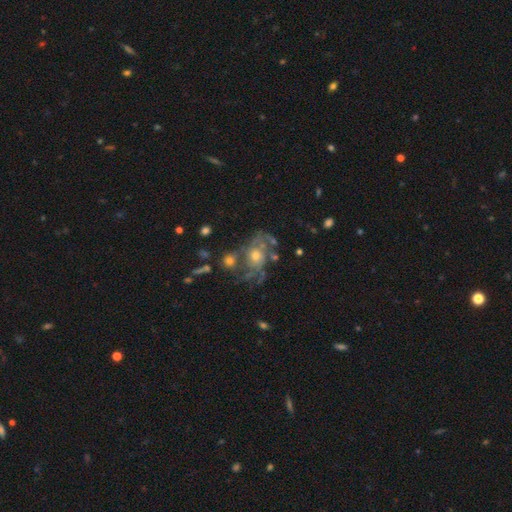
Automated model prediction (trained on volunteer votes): Smooth or featured? Predicted: featured or disk (p=0.79). Edge-on disk? Predicted: no (p=0.97). Bar? Predicted: no (p=0.80). Spiral arms? Predicted: yes (p=0.84). Spiral winding? Predicted: medium (p=0.42). Spiral arm count? Predicted: can't tell (p=0.37). Bulge size? Predicted: moderate (p=0.62). Merging? Predicted: none (p=0.49).